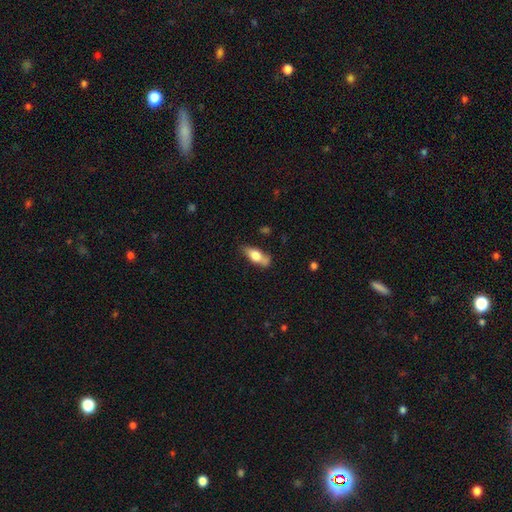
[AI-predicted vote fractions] Q: Smooth or featured?
A: smooth (63%); runner-up: featured or disk (30%)
Q: How rounded?
A: in between (72%); runner-up: cigar-shaped (23%)
Q: Merging?
A: none (57%); runner-up: minor disturbance (26%)